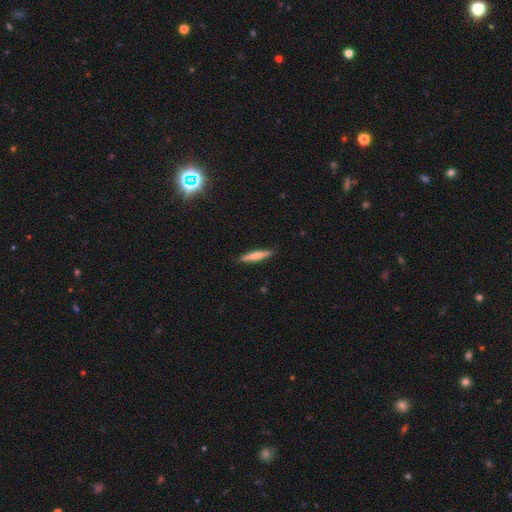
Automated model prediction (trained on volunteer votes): smooth_or_featured: smooth (p=0.60) [alt: featured or disk p=0.35]
how_rounded: cigar-shaped (p=0.90) [alt: in between p=0.09]
merging: none (p=0.89) [alt: minor disturbance p=0.08]